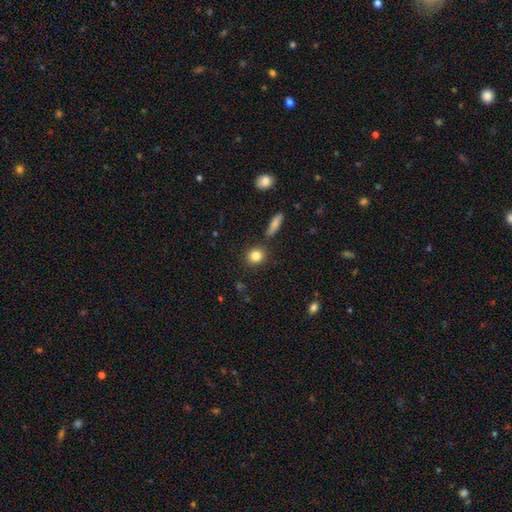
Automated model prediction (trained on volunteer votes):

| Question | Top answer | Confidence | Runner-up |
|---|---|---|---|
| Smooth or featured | smooth | 84% | star or artifact (9%) |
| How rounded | round | 76% | in between (21%) |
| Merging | none | 84% | minor disturbance (9%) |